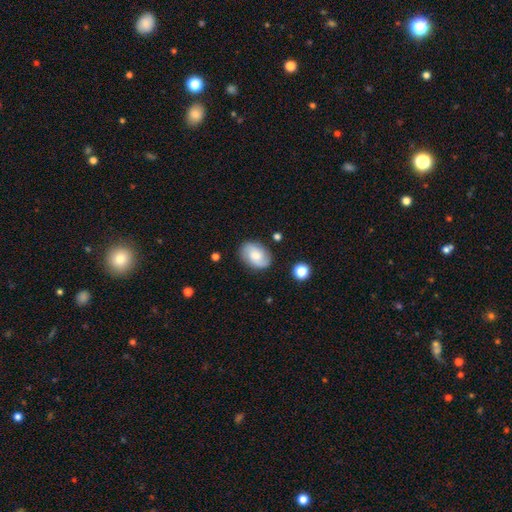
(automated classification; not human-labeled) Overall: featured or disk (51%; smooth 41%). Edge-on disk: no (97%). Merging: none (82%).